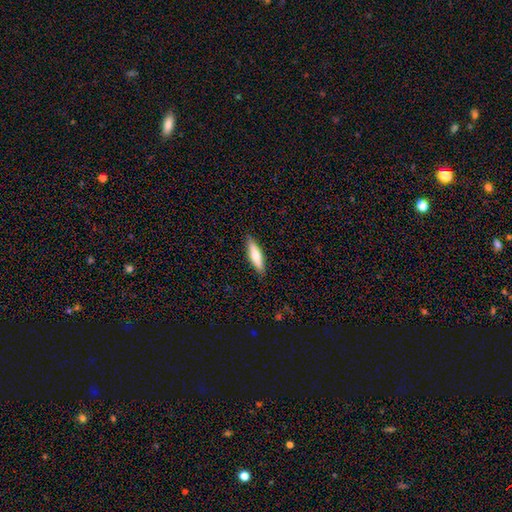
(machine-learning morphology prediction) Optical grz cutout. It shows a smooth galaxy with no disk features (71%) that is cigar-shaped (70%). Merging: none (88%).